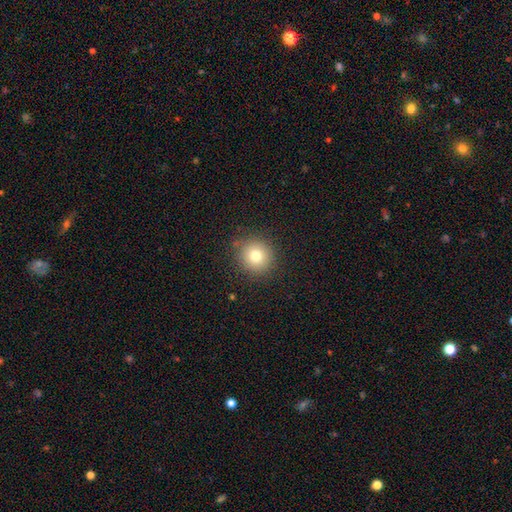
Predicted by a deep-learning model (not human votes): This appears to be a smooth galaxy with no disk features (77%) that is round (92%). Merging: none (87%).